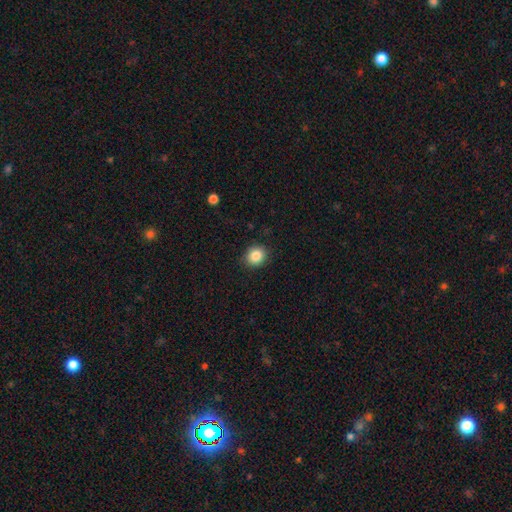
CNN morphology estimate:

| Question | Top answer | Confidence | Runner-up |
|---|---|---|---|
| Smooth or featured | smooth | 87% | star or artifact (9%) |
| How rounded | round | 79% | in between (20%) |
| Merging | none | 88% | minor disturbance (9%) |